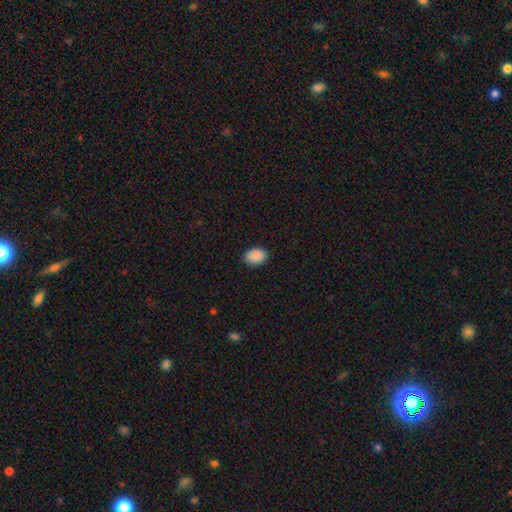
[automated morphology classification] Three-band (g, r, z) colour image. It shows a smooth galaxy with no disk features (90%) that is in between round and cigar-shaped (85%). Merging: none (87%).